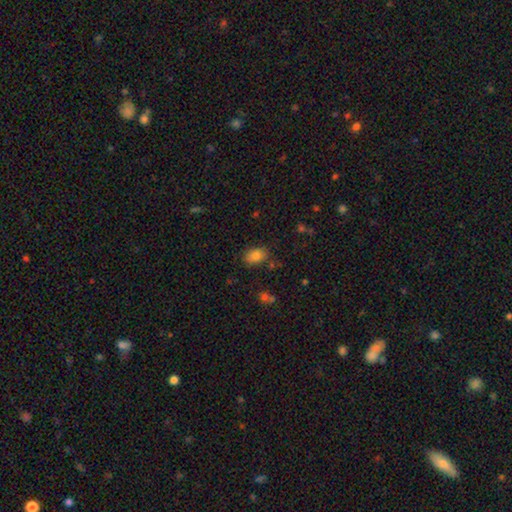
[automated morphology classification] smooth_or_featured: smooth (p=0.82) [alt: star or artifact p=0.10]
how_rounded: in between (p=0.78) [alt: round p=0.21]
merging: none (p=0.79) [alt: minor disturbance p=0.14]